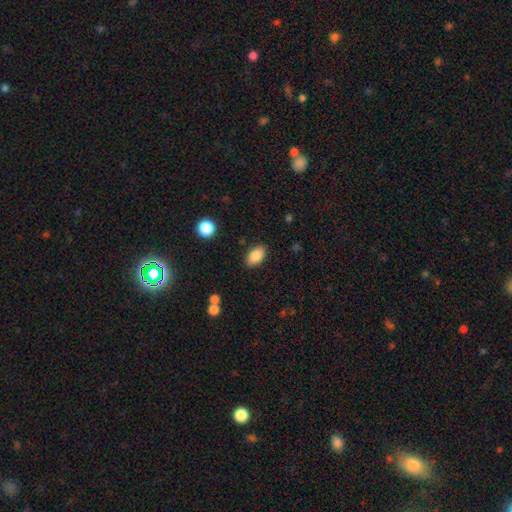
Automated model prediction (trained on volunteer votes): Q: Smooth or featured?
A: smooth (87%); runner-up: star or artifact (8%)
Q: How rounded?
A: in between (91%); runner-up: round (8%)
Q: Merging?
A: none (86%); runner-up: minor disturbance (10%)